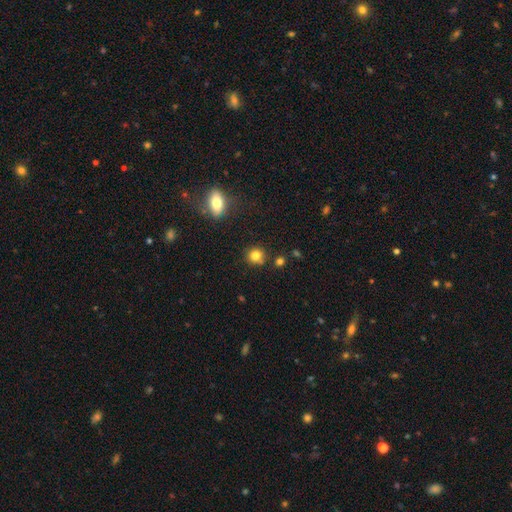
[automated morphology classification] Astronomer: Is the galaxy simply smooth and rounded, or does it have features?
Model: smooth — 82%.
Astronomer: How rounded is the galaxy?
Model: round — 87%.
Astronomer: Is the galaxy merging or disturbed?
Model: none — 80%.